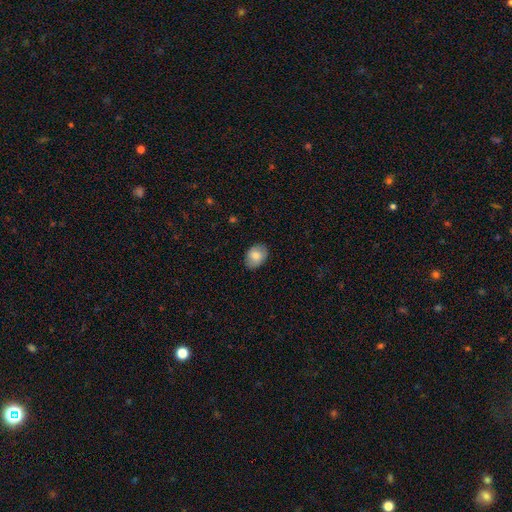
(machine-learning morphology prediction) This is clearly a smooth galaxy (82%). How rounded: likely in between (75%). Merging: clearly none (85%).